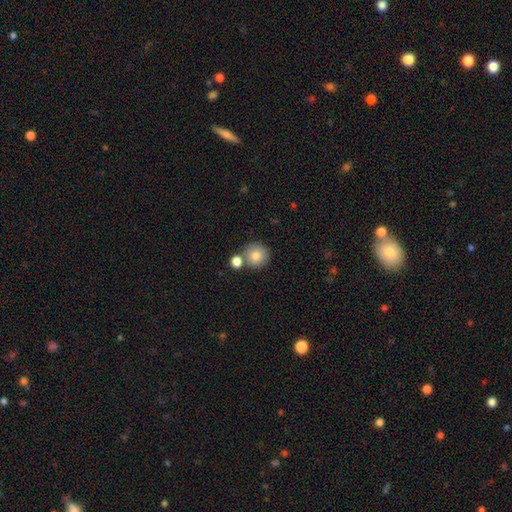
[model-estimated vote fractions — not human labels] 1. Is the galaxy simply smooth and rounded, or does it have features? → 82% smooth, 9% star or artifact, 8% featured or disk.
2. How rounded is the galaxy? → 93% round, 6% in between, 1% cigar-shaped.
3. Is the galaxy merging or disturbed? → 69% none, 20% merger, 8% minor disturbance, 3% major disturbance.